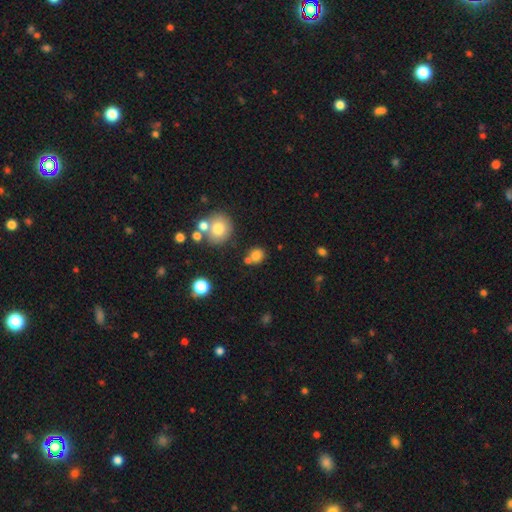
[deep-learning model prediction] Smooth or featured?
  - smooth: 78% *
  - star or artifact: 14%
  - featured or disk: 8%
How rounded?
  - round: 77% *
  - in between: 21%
  - cigar-shaped: 1%
Merging?
  - none: 62% *
  - merger: 22%
  - minor disturbance: 12%
  - major disturbance: 4%